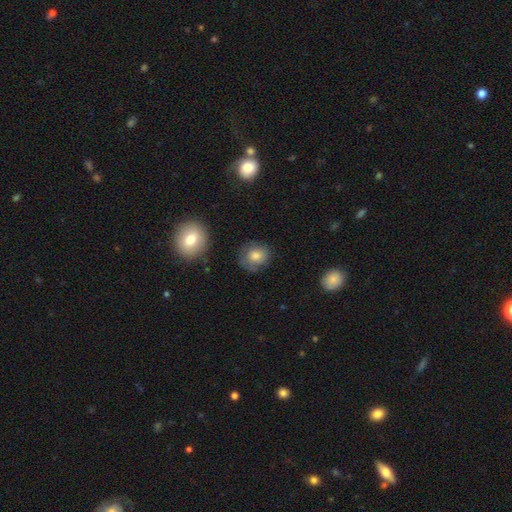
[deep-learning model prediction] The model was most divided on "how rounded": round: 75%, in between: 24%, cigar-shaped: 1%. More confident: smooth or featured — smooth (76%); merging — none (72%).